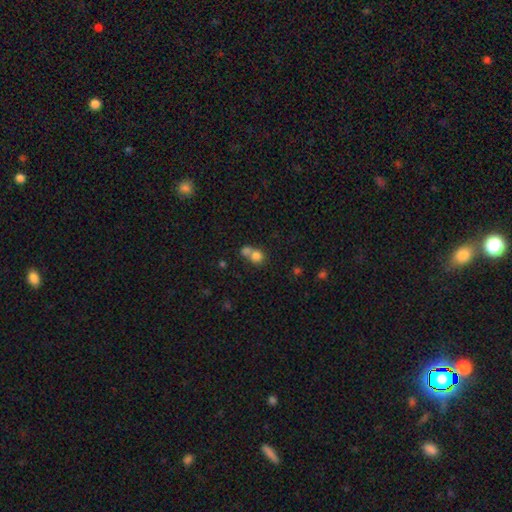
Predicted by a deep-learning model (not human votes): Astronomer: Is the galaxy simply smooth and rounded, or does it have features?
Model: smooth — 78%.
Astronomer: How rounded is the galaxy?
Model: round — 82%.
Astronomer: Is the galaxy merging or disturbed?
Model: merger — 56% (runner-up: none, 35%).